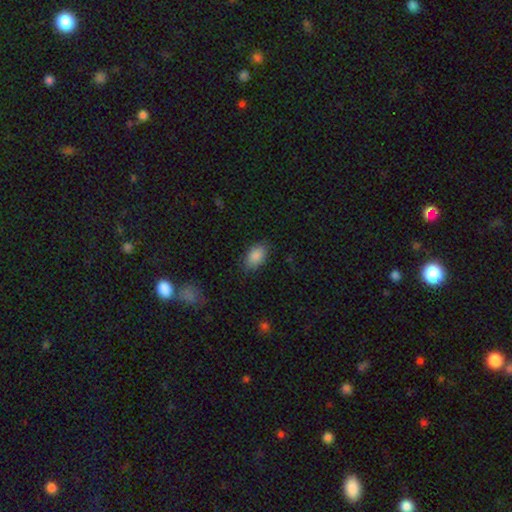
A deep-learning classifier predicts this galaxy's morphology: smooth 88%, star or artifact 7%, featured or disk 5%. Down the decision tree: how rounded — in between (91%); merging — none (81%).